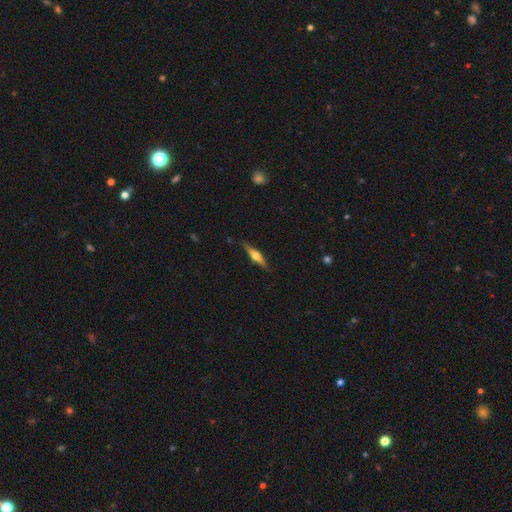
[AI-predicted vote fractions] This is likely a featured or disk galaxy (66%). It is clearly viewed edge-on (97%). Edge-on bulge: clearly rounded (91%). Merging: clearly none (86%).